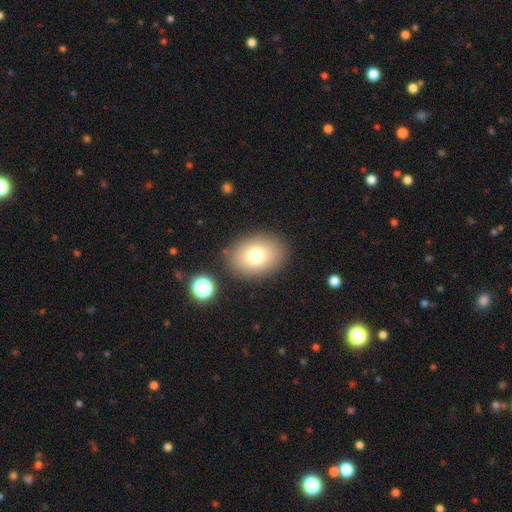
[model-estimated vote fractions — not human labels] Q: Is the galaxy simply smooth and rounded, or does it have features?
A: smooth — 75%.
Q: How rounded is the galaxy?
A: in between — 69%.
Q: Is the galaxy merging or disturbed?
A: none — 86%.